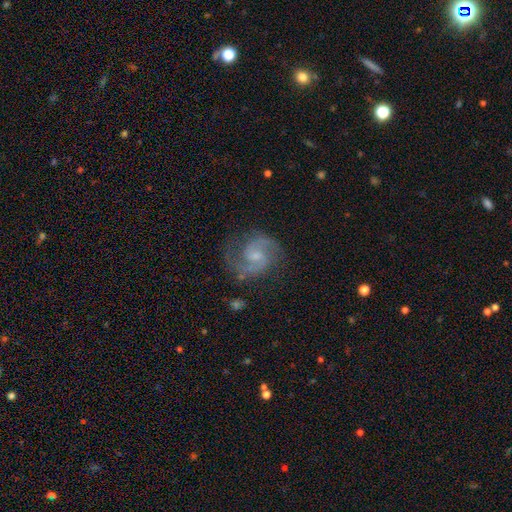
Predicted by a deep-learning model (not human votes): Smooth or featured?
  - featured or disk: 87% *
  - smooth: 7%
  - star or artifact: 6%
Edge-on disk?
  - no: 98% *
  - yes: 2%
Bar?
  - weak: 50% *
  - no: 42%
  - strong: 8%
Spiral arms?
  - yes: 97% *
  - no: 3%
Spiral winding?
  - medium: 62% *
  - tight: 21%
  - loose: 17%
Spiral arm count?
  - 2: 91% *
  - can't tell: 3%
  - 3: 2%
  - 1: 2%
  - 4: 1%
  - more than 4: 1%
Bulge size?
  - small: 55% *
  - moderate: 28%
  - none: 14%
  - large: 2%
  - dominant: 1%
Merging?
  - none: 75% *
  - minor disturbance: 16%
  - major disturbance: 7%
  - merger: 2%